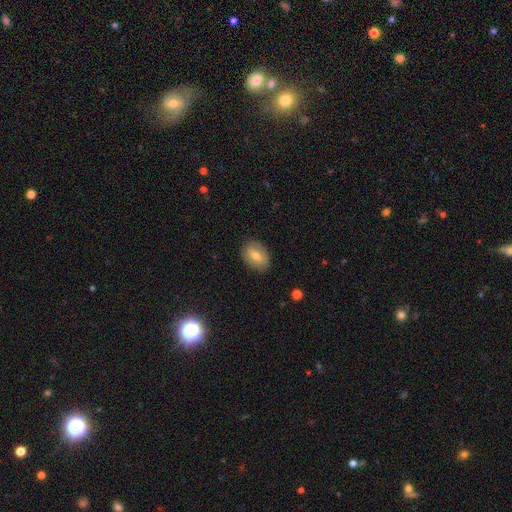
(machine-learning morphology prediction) Overall: smooth (58%; featured or disk 34%). How rounded: in between (77%). Merging: none (84%).